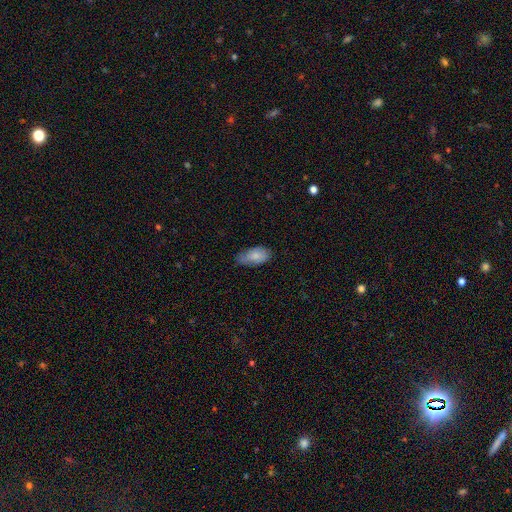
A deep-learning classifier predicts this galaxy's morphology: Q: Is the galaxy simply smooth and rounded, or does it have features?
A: smooth — 80%.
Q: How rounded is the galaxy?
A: in between — 93%.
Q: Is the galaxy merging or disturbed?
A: none — 59%.